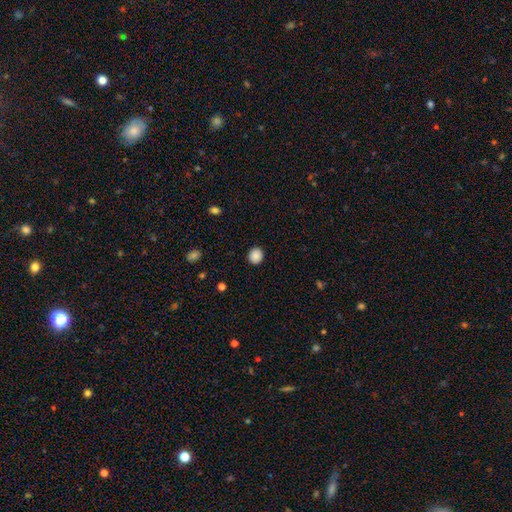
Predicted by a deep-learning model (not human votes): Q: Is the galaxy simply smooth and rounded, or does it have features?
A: smooth — 88%.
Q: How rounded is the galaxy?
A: round — 82%.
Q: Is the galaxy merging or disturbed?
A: none — 91%.